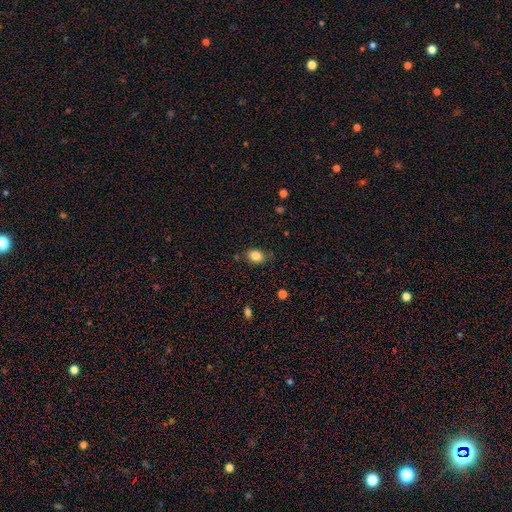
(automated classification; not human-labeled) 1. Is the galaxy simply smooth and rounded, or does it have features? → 84% smooth, 9% star or artifact, 6% featured or disk.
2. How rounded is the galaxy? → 70% in between, 29% round, 1% cigar-shaped.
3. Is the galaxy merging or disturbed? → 77% none, 16% minor disturbance, 4% major disturbance, 3% merger.